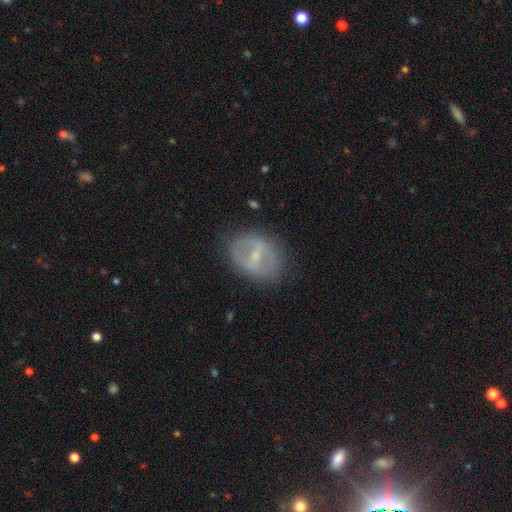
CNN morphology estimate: This is possibly a featured or disk galaxy (58%). It is clearly not viewed edge-on (92%). Bar: possibly strong (47%). Spiral arm pattern: likely no (75%). Central bulge: possibly small (47%). Merging: likely none (77%).